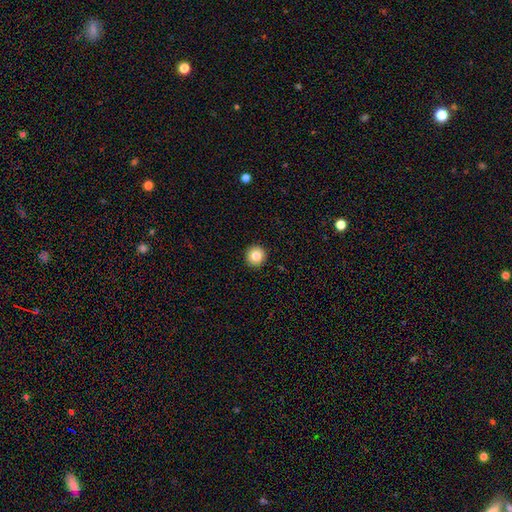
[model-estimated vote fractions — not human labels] Smooth or featured: smooth — 83% (star or artifact — 10%)
How rounded: round — 95% (in between — 4%)
Merging: none — 93% (minor disturbance — 4%)